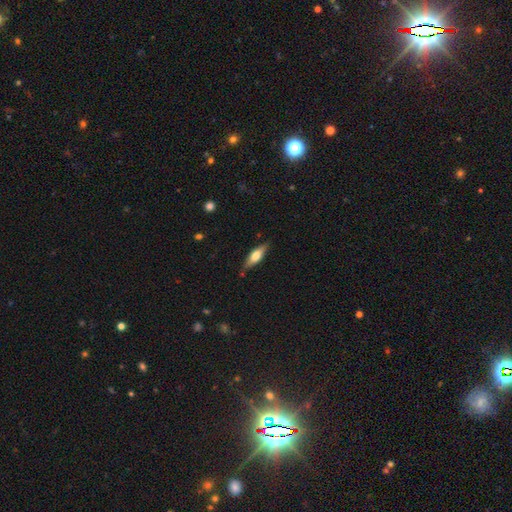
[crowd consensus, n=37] Smooth or featured?
  - featured or disk: 62% *
  - smooth: 38%
  - star or artifact: 0%
Edge-on disk?
  - yes: 91% *
  - no: 9%
Edge-on bulge?
  - rounded: 86% *
  - boxy: 14%
  - none: 0%
Merging?
  - none: 84% *
  - minor disturbance: 14%
  - merger: 3%
  - major disturbance: 0%